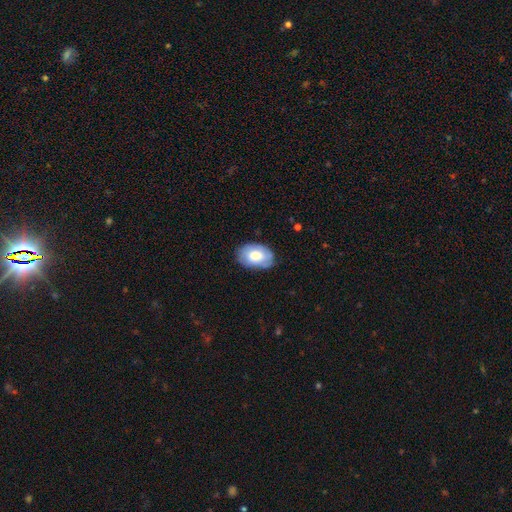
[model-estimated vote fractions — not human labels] Smooth or featured: smooth — 65% (featured or disk — 29%)
How rounded: in between — 90% (round — 9%)
Merging: none — 77% (minor disturbance — 18%)